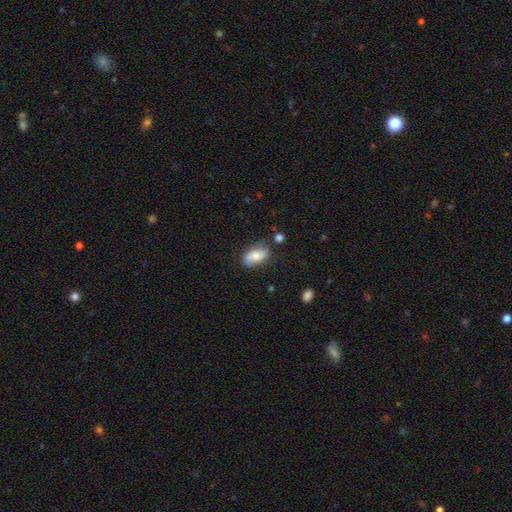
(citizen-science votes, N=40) This is likely a smooth galaxy (65%). How rounded: clearly in between (88%). Merging: possibly none (58%).